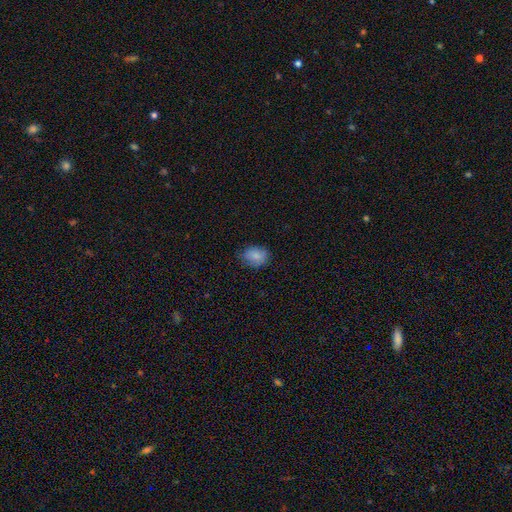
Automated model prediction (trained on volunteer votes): Overall: smooth (85%). How rounded: in between (60%; round 39%). Merging: none (73%).